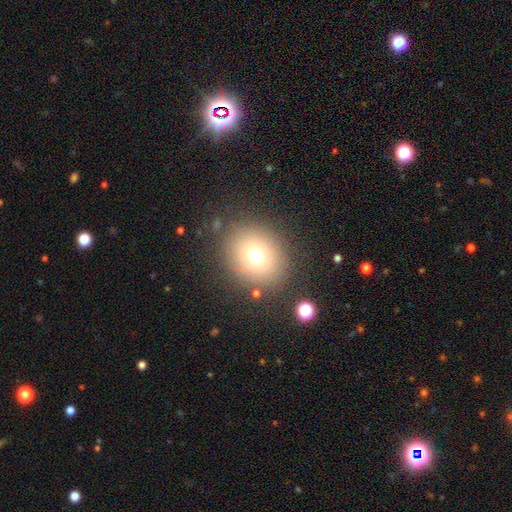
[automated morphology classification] A smooth galaxy with no disk features (71%) that is round (71%). Merging: none (83%).